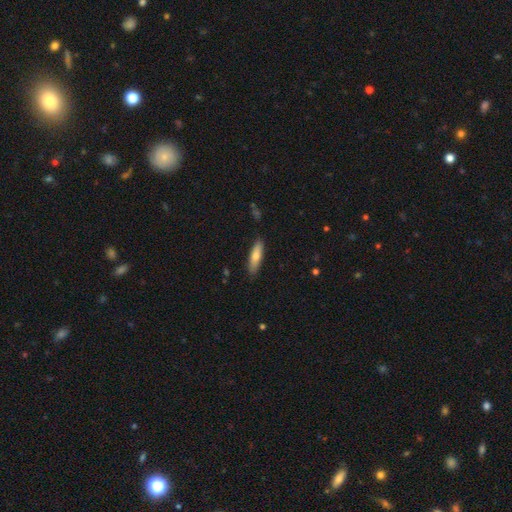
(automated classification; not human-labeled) Smooth or featured: smooth — 71% (featured or disk — 24%)
How rounded: cigar-shaped — 68% (in between — 30%)
Merging: none — 87% (minor disturbance — 10%)